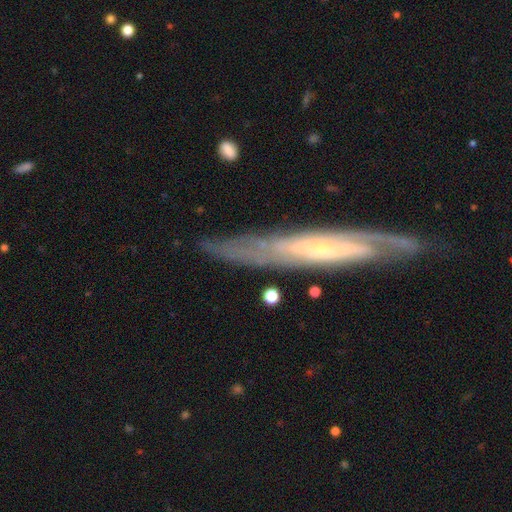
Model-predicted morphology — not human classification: A featured or disk galaxy (79%). Merging: none (75%).